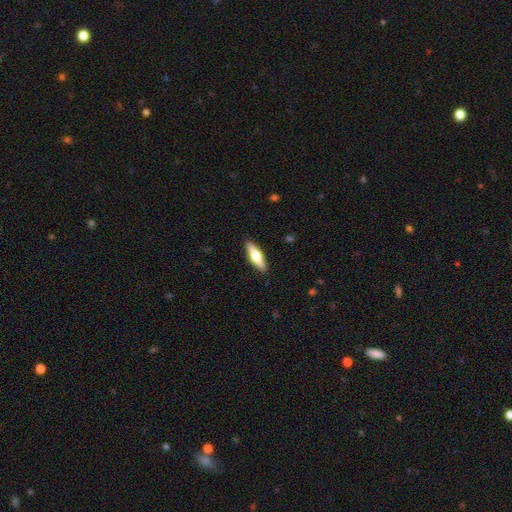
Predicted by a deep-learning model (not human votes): smooth-or-featured: featured or disk: 53% | smooth: 42% | star or artifact: 5%
  disk-edge-on: yes: 94% | no: 6%
    edge-on-bulge: rounded: 95% | boxy: 3% | none: 2%
  merging: none: 90% | minor disturbance: 7% | major disturbance: 2% | merger: 1%